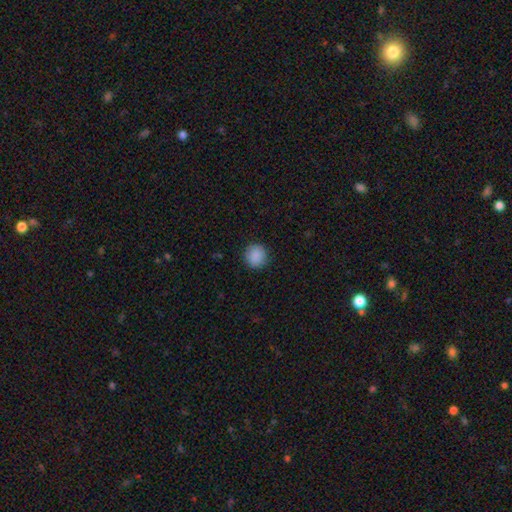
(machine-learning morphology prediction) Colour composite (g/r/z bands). It shows a smooth galaxy with no disk features (89%) that is round (92%). Merging: none (89%).